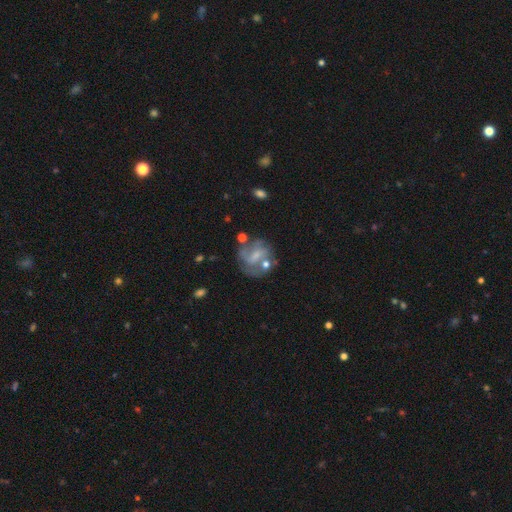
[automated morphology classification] featured or disk 62%, smooth 29%, star or artifact 9%. Down the decision tree: edge-on disk — no (97%); bar — weak (46%); spiral arms — yes (66%); bulge size — small (42%); merging — none (52%).